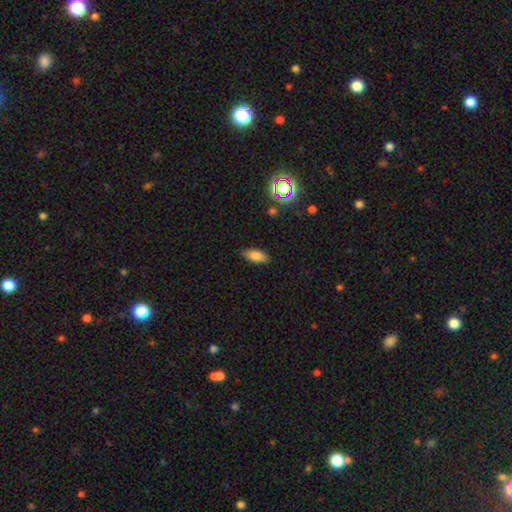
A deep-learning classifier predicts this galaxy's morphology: Q: Smooth or featured?
A: smooth (78%); runner-up: featured or disk (12%)
Q: How rounded?
A: in between (80%); runner-up: cigar-shaped (17%)
Q: Merging?
A: none (84%); runner-up: minor disturbance (13%)